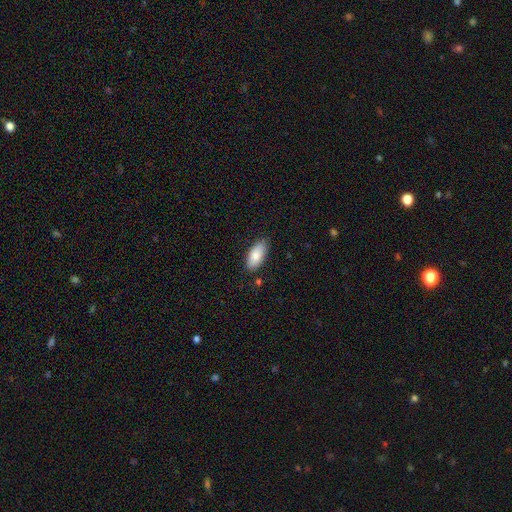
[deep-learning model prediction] Smooth or featured: smooth — 83% (featured or disk — 10%)
How rounded: in between — 91% (cigar-shaped — 7%)
Merging: none — 84% (minor disturbance — 12%)